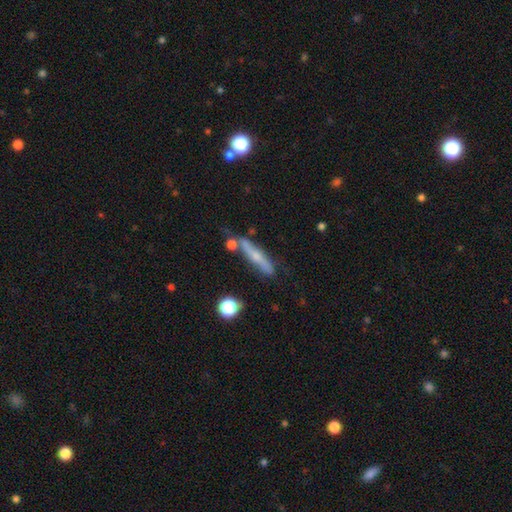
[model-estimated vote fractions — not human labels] smooth_or_featured: featured or disk (p=0.52) [alt: smooth p=0.39]
disk_edge_on: yes (p=0.84) [alt: no p=0.16]
merging: none (p=0.68) [alt: minor disturbance p=0.17]